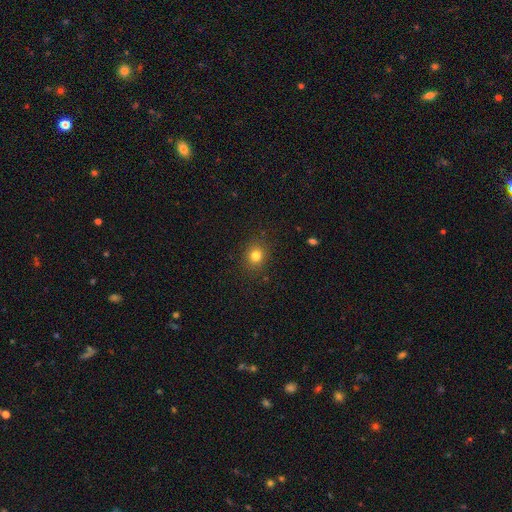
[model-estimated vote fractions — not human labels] Overall: smooth (80%). How rounded: round (77%). Merging: none (88%).